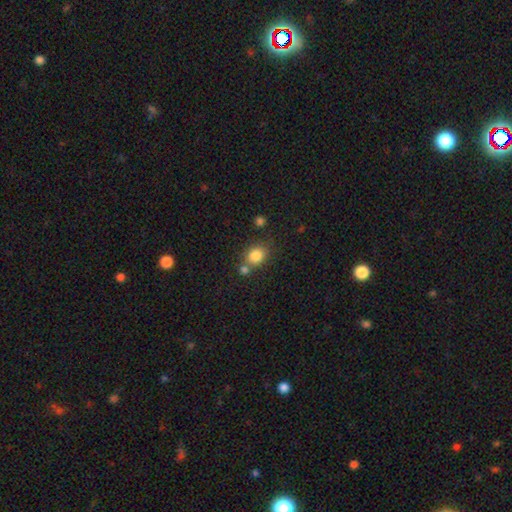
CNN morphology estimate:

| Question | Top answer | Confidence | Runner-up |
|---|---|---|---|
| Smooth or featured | smooth | 83% | star or artifact (10%) |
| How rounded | round | 58% | in between (41%) |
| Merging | none | 61% | merger (23%) |